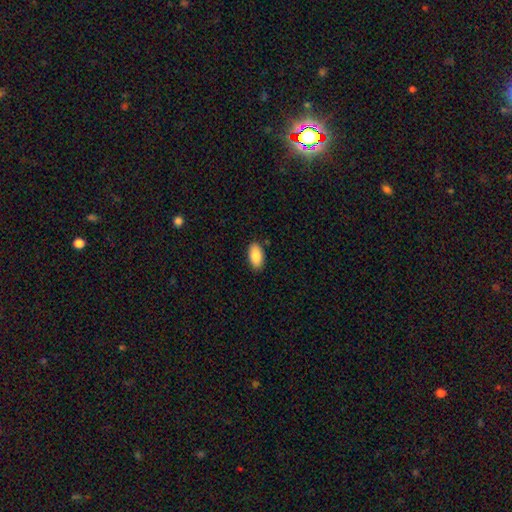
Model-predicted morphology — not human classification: type=smooth (88%); roundness=in between (95%); merging=none (87%).